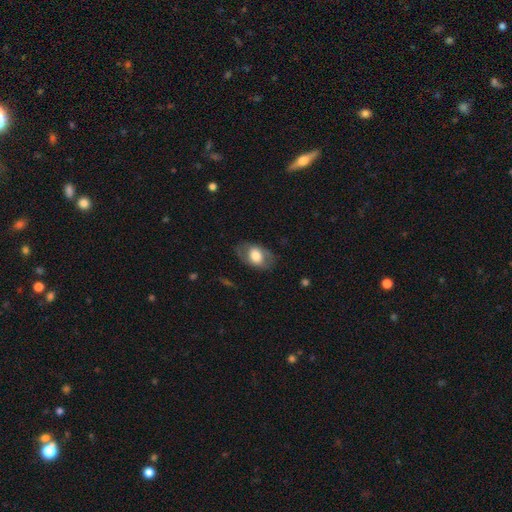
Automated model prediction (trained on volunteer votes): Smooth or featured? smooth (59%)
How rounded? in between (88%)
Merging? none (76%)